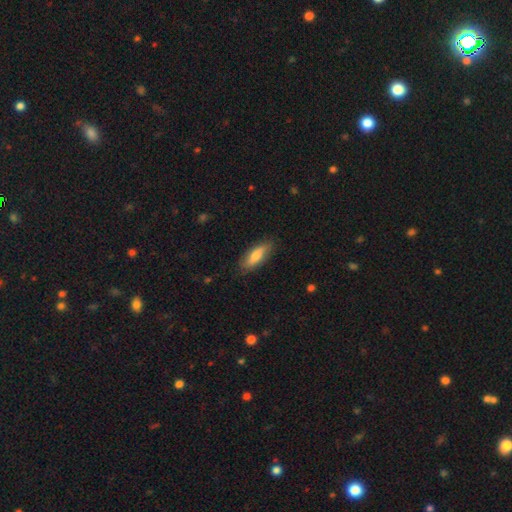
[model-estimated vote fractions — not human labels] smooth_or_featured: smooth (p=0.72) [alt: featured or disk p=0.23]
how_rounded: in between (p=0.65) [alt: cigar-shaped p=0.33]
merging: none (p=0.83) [alt: minor disturbance p=0.13]